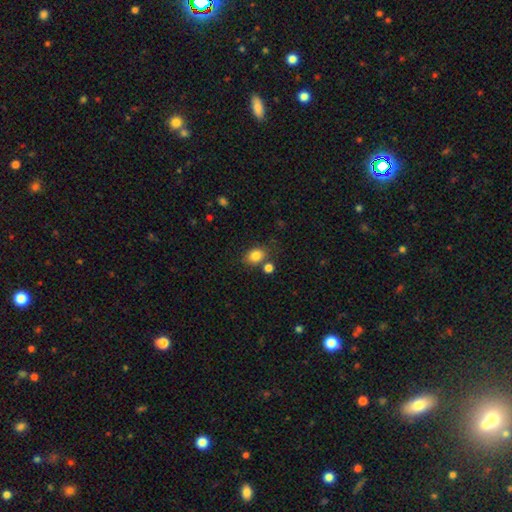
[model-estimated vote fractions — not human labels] The model was most divided on "how rounded": in between: 55%, round: 44%, cigar-shaped: 1%. More confident: smooth or featured — smooth (83%); merging — none (69%).